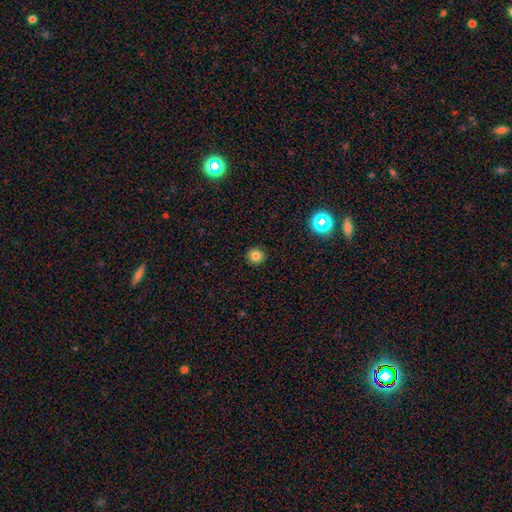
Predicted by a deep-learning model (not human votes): This appears to be a smooth galaxy with no disk features (81%) that is round (92%). Merging: none (92%).